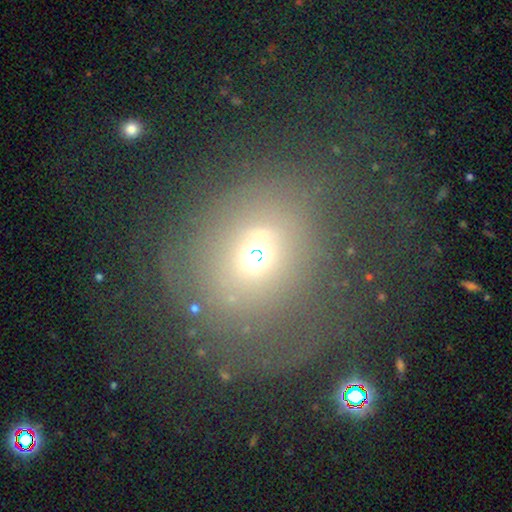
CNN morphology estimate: Overall: smooth (54%; featured or disk 26%). How rounded: round (75%). Merging: none (45%; major disturbance 29%).